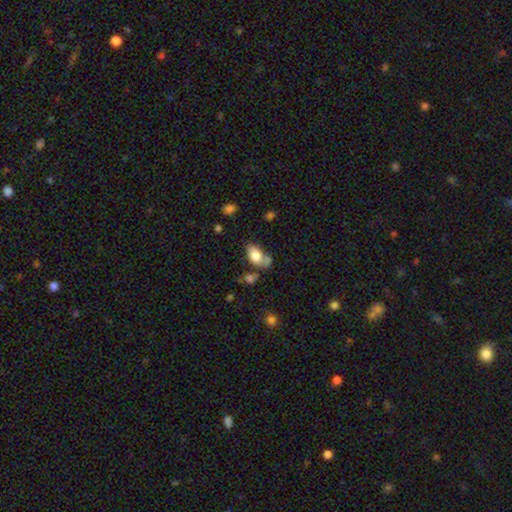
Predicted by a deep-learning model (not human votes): Overall: smooth (80%). How rounded: in between (90%). Merging: none (46%; merger 25%).